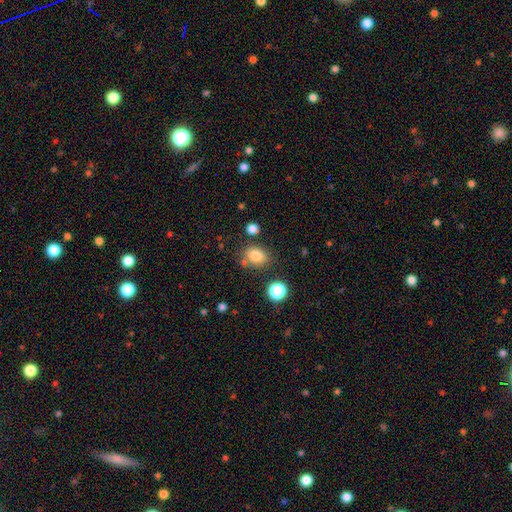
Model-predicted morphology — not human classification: smooth 80%, star or artifact 12%, featured or disk 7%. Down the decision tree: how rounded — in between (56%); merging — none (74%).